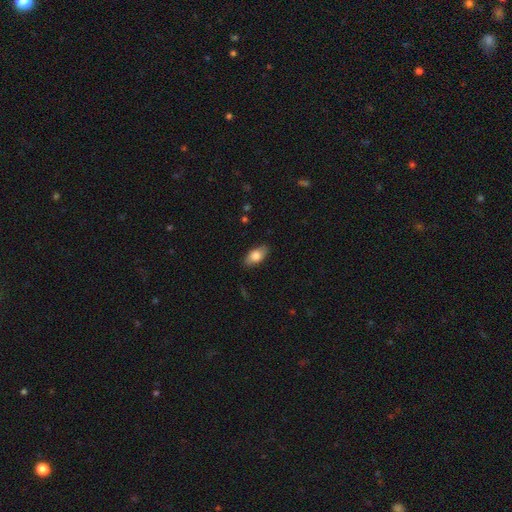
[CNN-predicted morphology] A smooth galaxy with no disk features (80%) that is in between round and cigar-shaped (91%). Merging: none (86%).